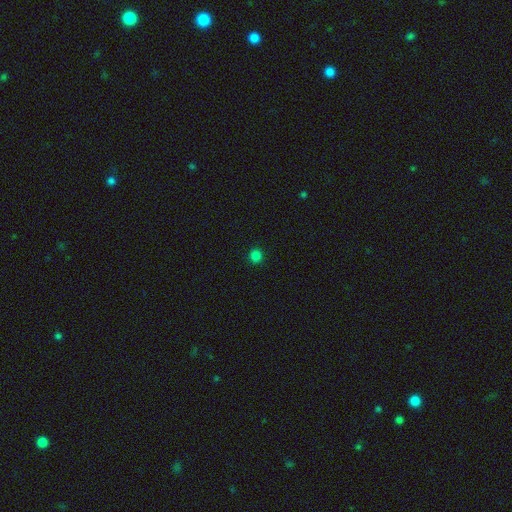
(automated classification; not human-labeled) Overall: smooth (82%). How rounded: round (93%). Merging: none (93%).